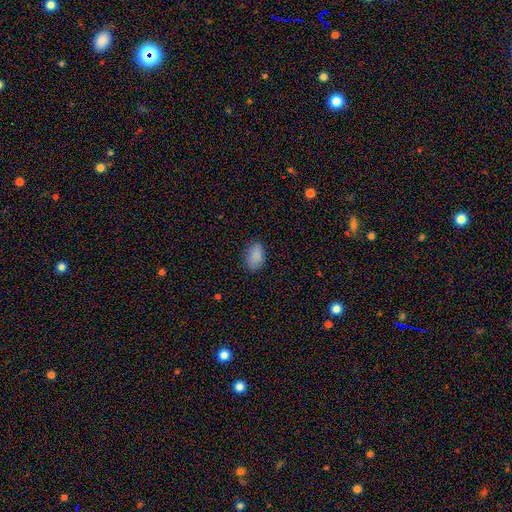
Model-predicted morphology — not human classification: Smooth or featured: smooth — 87% (star or artifact — 9%)
How rounded: in between — 89% (round — 9%)
Merging: none — 83% (minor disturbance — 13%)